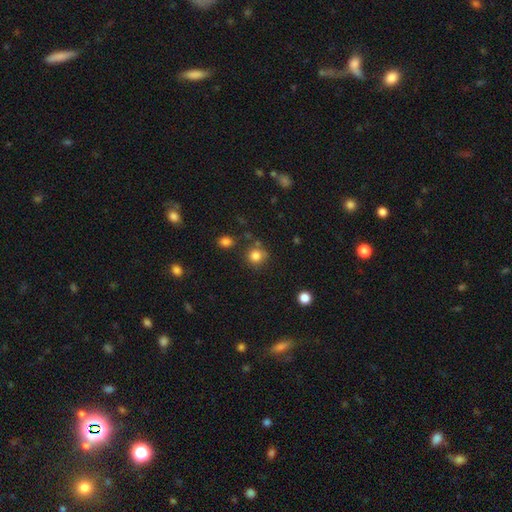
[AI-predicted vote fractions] smooth 83%, star or artifact 12%, featured or disk 6%. Down the decision tree: how rounded — round (87%); merging — none (75%).